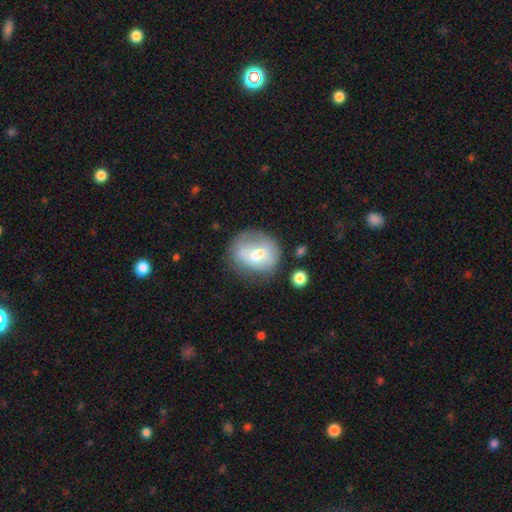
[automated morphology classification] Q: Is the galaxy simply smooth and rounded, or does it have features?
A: smooth — 55%.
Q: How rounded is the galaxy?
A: round — 67%.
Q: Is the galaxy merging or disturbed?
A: none — 53%.